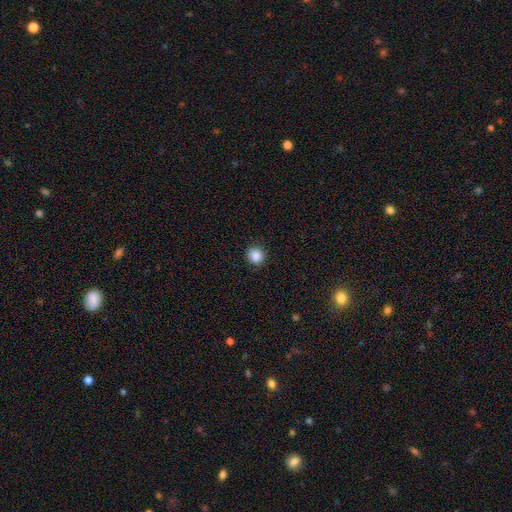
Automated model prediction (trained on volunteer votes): Smooth or featured? smooth (87%)
How rounded? round (91%)
Merging? none (91%)